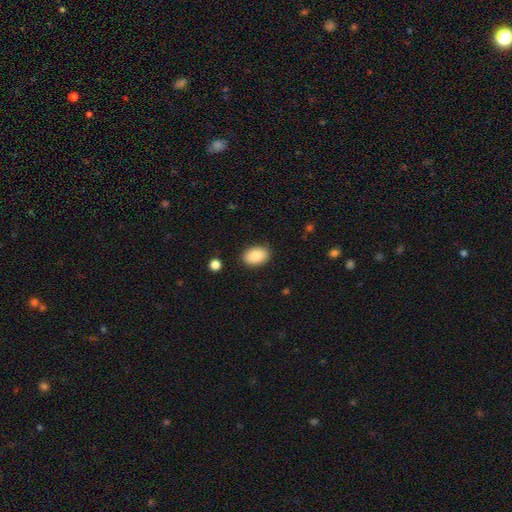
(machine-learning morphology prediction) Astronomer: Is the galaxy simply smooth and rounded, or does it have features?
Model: smooth — 88%.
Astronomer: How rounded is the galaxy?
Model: in between — 85%.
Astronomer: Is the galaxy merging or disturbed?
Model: none — 86%.